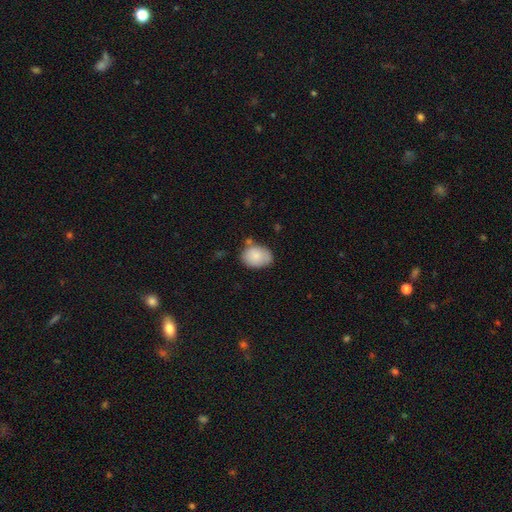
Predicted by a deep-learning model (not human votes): A smooth galaxy with no disk features (84%) that is in between round and cigar-shaped (70%). Merging: none (62%).